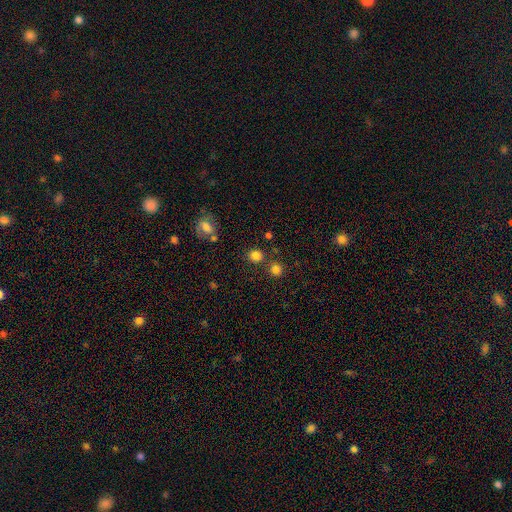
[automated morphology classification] The model was most divided on "how rounded": round: 82%, in between: 17%, cigar-shaped: 1%. More confident: smooth or featured — smooth (81%); merging — none (77%).